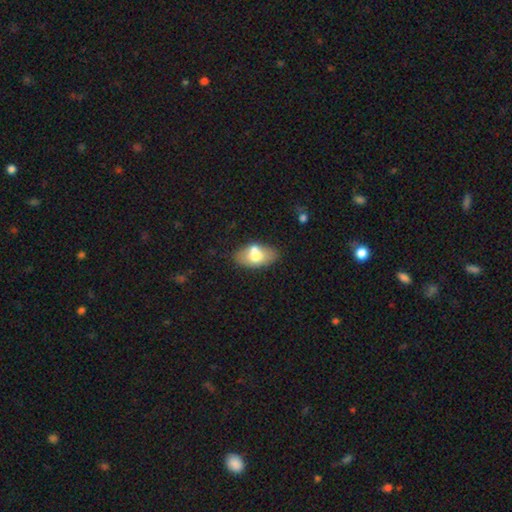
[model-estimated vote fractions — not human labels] Smooth or featured? smooth (67%)
How rounded? in between (91%)
Merging? none (59%)